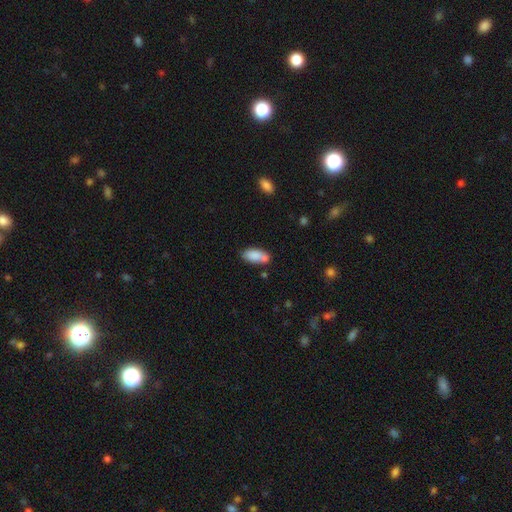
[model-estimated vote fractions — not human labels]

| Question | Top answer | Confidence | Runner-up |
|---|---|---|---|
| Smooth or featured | smooth | 83% | featured or disk (10%) |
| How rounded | in between | 84% | cigar-shaped (14%) |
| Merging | none | 55% | merger (21%) |